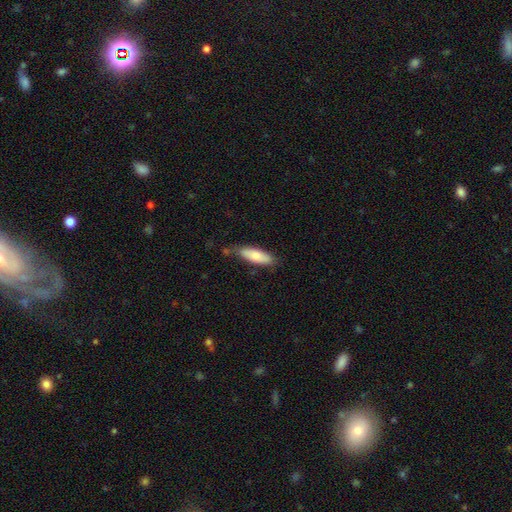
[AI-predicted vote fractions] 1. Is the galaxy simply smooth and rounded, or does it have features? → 77% smooth, 18% featured or disk, 6% star or artifact.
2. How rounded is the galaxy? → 55% in between, 43% cigar-shaped, 2% round.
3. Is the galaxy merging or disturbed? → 73% none, 20% minor disturbance, 4% major disturbance, 4% merger.